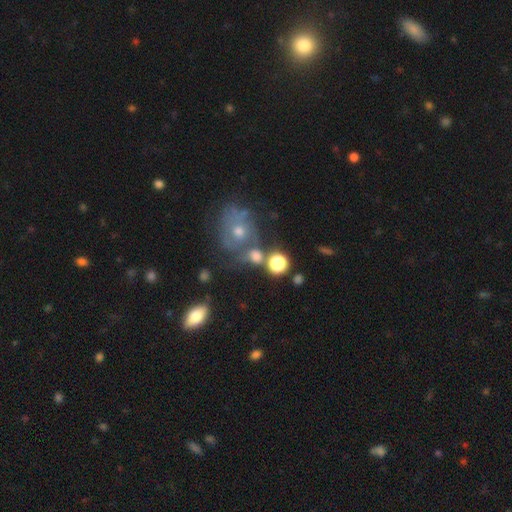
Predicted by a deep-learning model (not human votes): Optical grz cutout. It shows a smooth galaxy with no disk features (62%) that is round (77%). Merging: none (48%).